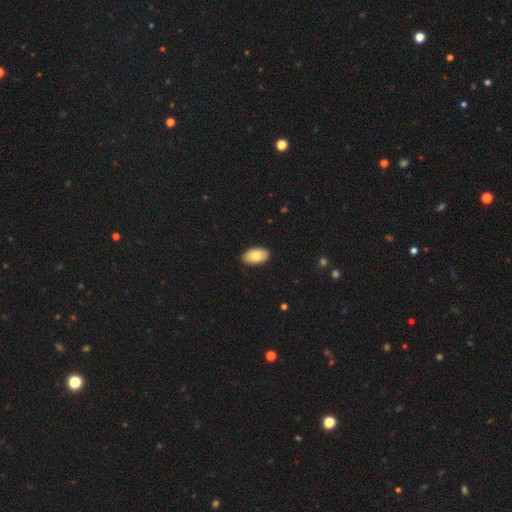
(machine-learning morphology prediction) A smooth galaxy with no disk features (80%) that is in between round and cigar-shaped (95%). Merging: none (89%).